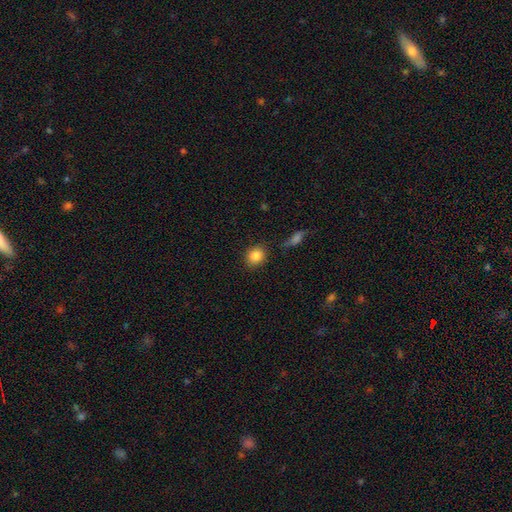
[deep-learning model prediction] smooth-or-featured: smooth: 86% | star or artifact: 9% | featured or disk: 5%
  how-rounded: round: 64% | in between: 34% | cigar-shaped: 1%
  merging: none: 83% | minor disturbance: 10% | merger: 3% | major disturbance: 3%